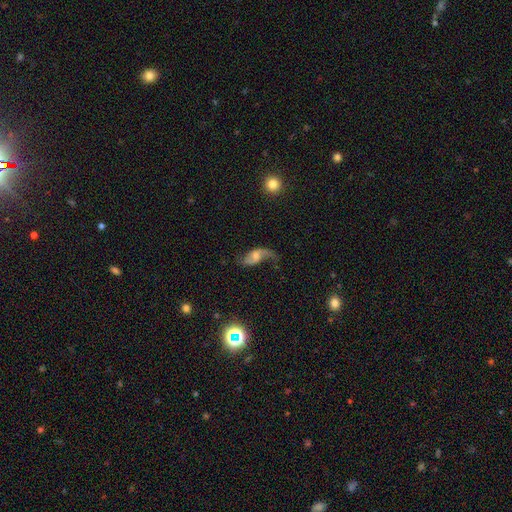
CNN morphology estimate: Smooth or featured?
  - featured or disk: 76% *
  - smooth: 15%
  - star or artifact: 9%
Edge-on disk?
  - no: 95% *
  - yes: 5%
Bar?
  - no: 53% *
  - weak: 37%
  - strong: 10%
Spiral arms?
  - yes: 92% *
  - no: 8%
Spiral winding?
  - loose: 84% *
  - medium: 13%
  - tight: 4%
Spiral arm count?
  - 2: 81% *
  - 1: 14%
  - can't tell: 3%
  - 3: 1%
  - 4: 1%
  - more than 4: 1%
Bulge size?
  - moderate: 47% *
  - small: 39%
  - none: 7%
  - large: 5%
  - dominant: 2%
Merging?
  - none: 54% *
  - minor disturbance: 22%
  - major disturbance: 21%
  - merger: 3%